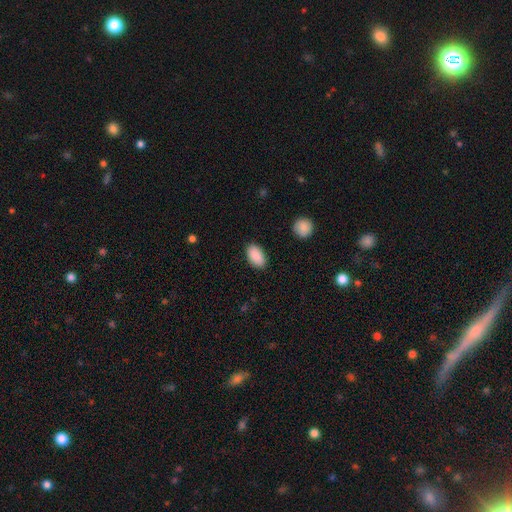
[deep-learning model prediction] Morphology: type=smooth (90%); roundness=in between (94%); merging=none (88%).